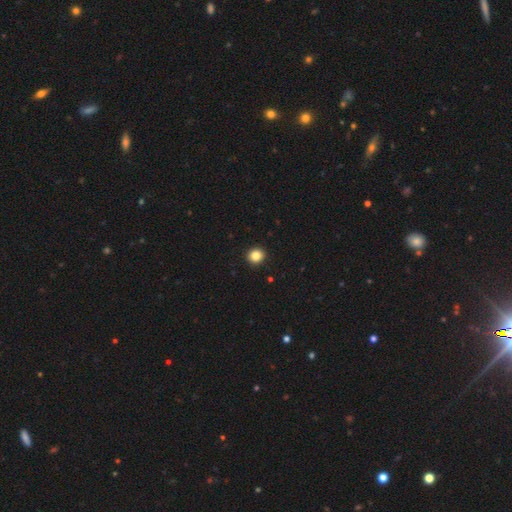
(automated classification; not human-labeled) Smooth or featured? Predicted: smooth (p=0.85). How rounded? Predicted: round (p=0.88). Merging? Predicted: none (p=0.94).